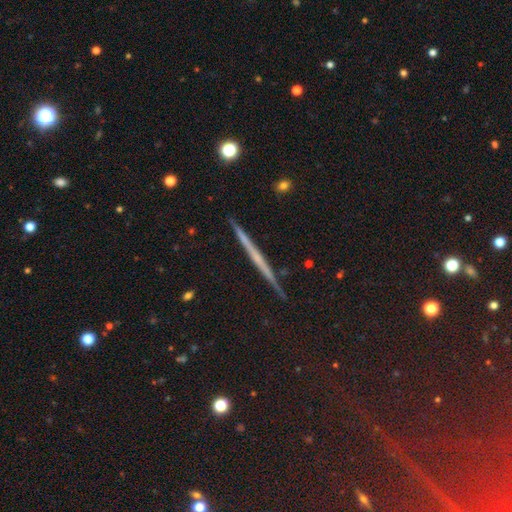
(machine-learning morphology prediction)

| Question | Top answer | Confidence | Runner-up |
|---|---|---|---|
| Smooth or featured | featured or disk | 61% | smooth (26%) |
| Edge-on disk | yes | 98% | no (2%) |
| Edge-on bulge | none | 78% | rounded (16%) |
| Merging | none | 93% | minor disturbance (5%) |